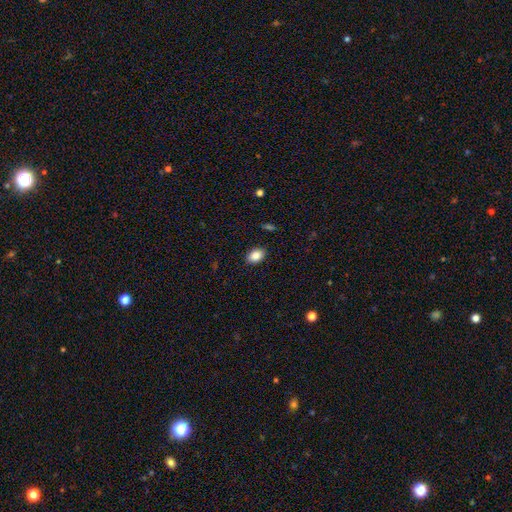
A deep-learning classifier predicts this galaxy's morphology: type=smooth (85%); roundness=in between (80%); merging=none (89%).